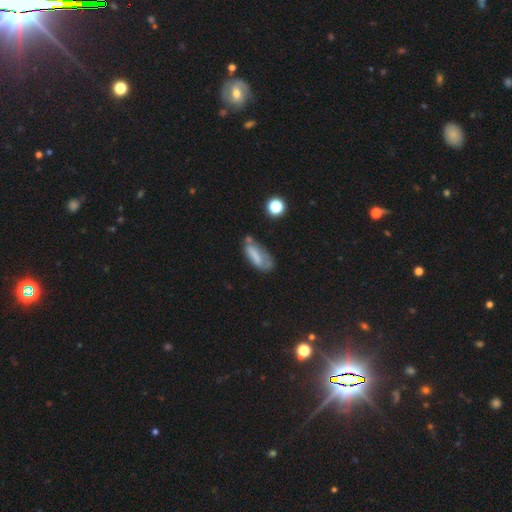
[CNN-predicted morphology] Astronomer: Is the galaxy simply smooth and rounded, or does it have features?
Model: smooth — 59%.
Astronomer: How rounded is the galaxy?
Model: in between — 68%.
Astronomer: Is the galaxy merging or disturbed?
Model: none — 37% (runner-up: minor disturbance, 32%).